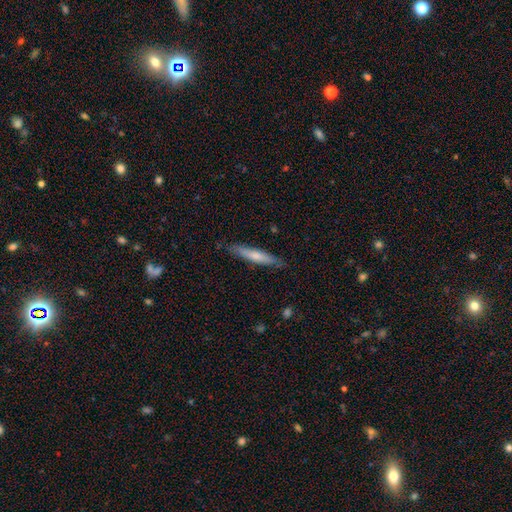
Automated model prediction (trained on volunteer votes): This appears to be a smooth galaxy with no disk features (60%) that is cigar-shaped (91%). Merging: none (85%).